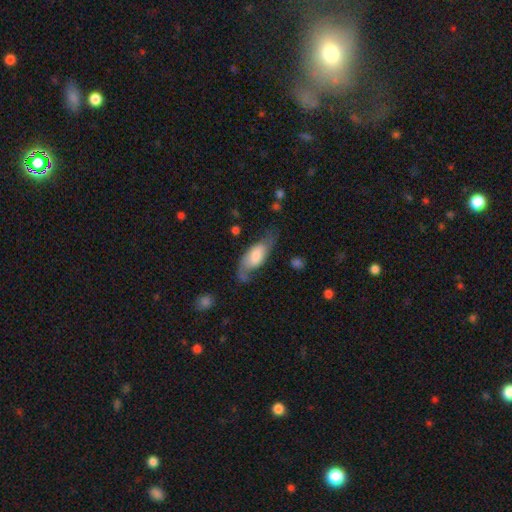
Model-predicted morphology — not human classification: A featured or disk galaxy (61%) with no bar (49%), spiral arms (89%) and a moderate central bulge (34%). Merging: none (59%).